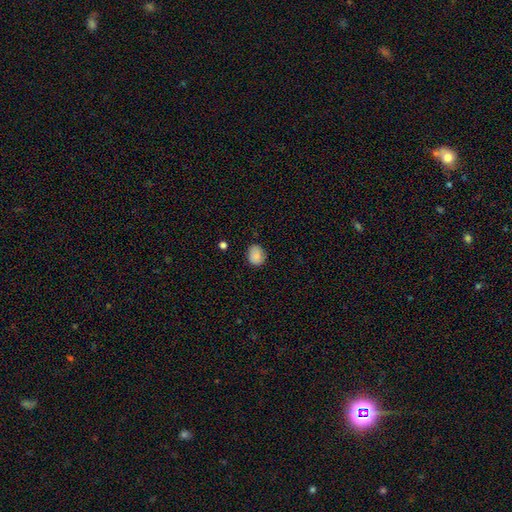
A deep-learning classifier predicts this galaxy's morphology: smooth 84%, star or artifact 8%, featured or disk 8%. Down the decision tree: how rounded — round (57%); merging — none (77%).